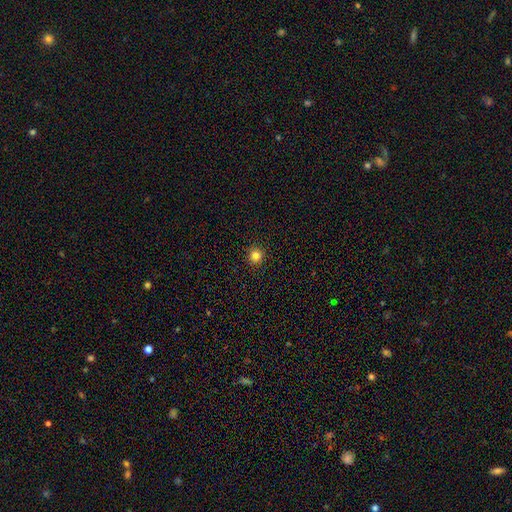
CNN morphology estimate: This is clearly a smooth galaxy (82%). How rounded: clearly round (95%). Merging: clearly none (93%).